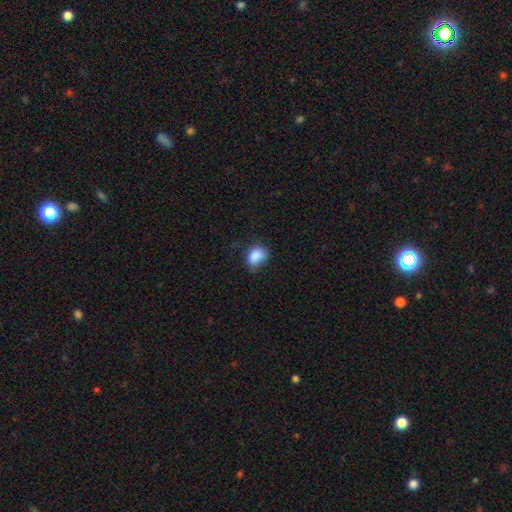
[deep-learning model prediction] Smooth or featured: smooth — 87% (star or artifact — 9%)
How rounded: in between — 71% (round — 28%)
Merging: none — 62% (minor disturbance — 29%)